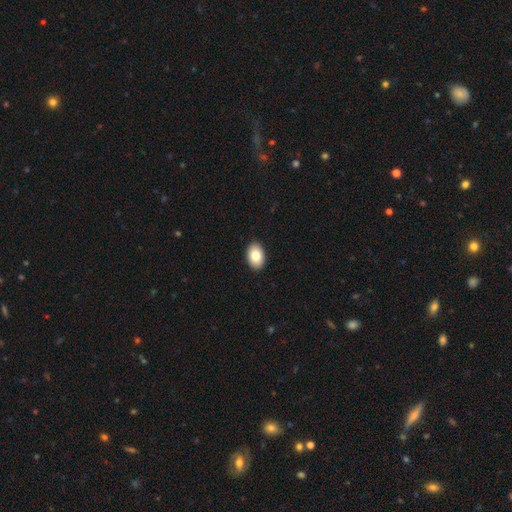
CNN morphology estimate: This is clearly a smooth galaxy (84%). How rounded: clearly in between (89%). Merging: clearly none (91%).